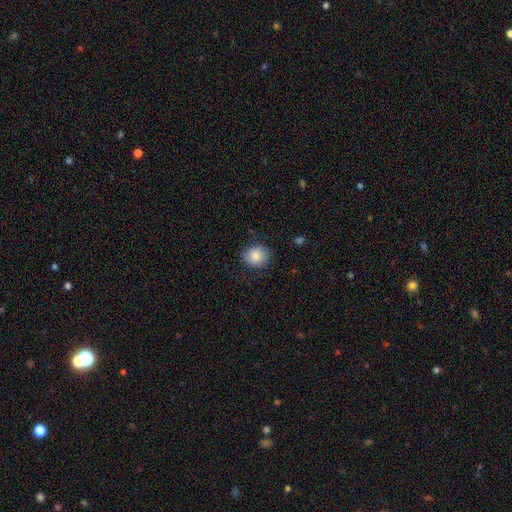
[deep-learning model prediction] smooth 84%, featured or disk 8%, star or artifact 8%. Down the decision tree: how rounded — round (67%); merging — none (81%).